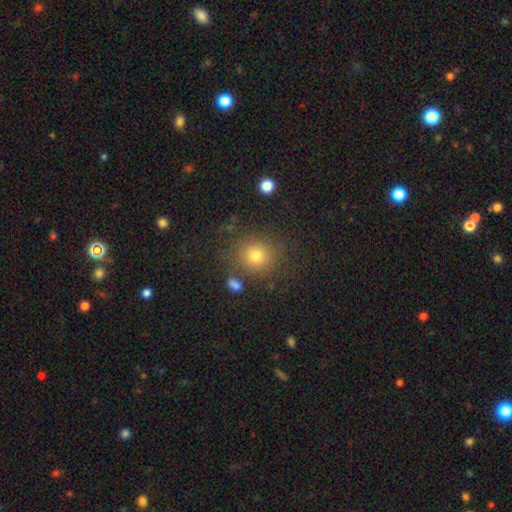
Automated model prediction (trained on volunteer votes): Smooth or featured? Predicted: smooth (p=0.76). How rounded? Predicted: round (p=0.83). Merging? Predicted: none (p=0.80).